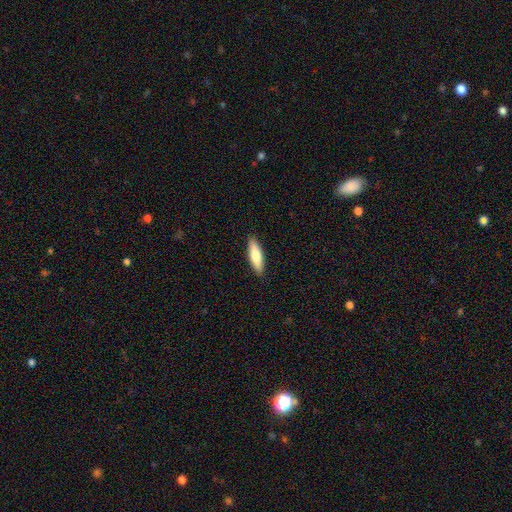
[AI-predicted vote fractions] Overall: smooth (75%). How rounded: cigar-shaped (54%; in between 44%). Merging: none (90%).